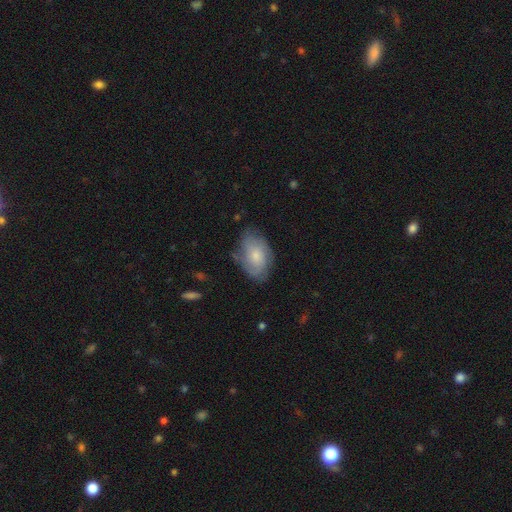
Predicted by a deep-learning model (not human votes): Smooth or featured?
  - smooth: 51% *
  - featured or disk: 42%
  - star or artifact: 7%
How rounded?
  - in between: 89% *
  - round: 10%
  - cigar-shaped: 2%
Merging?
  - none: 66% *
  - minor disturbance: 25%
  - major disturbance: 8%
  - merger: 2%